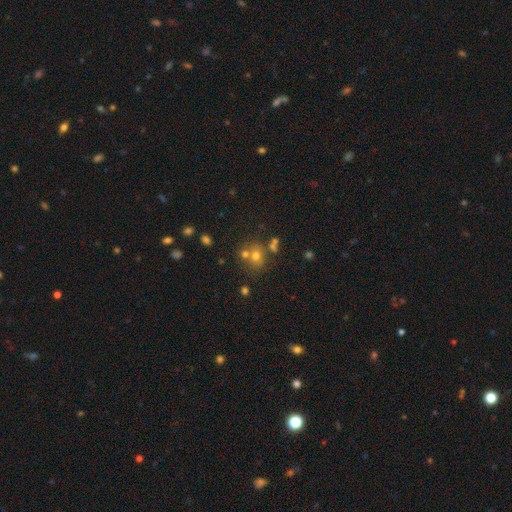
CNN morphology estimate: Smooth or featured? Predicted: smooth (p=0.51). How rounded? Predicted: round (p=0.82). Merging? Predicted: none (p=0.56).